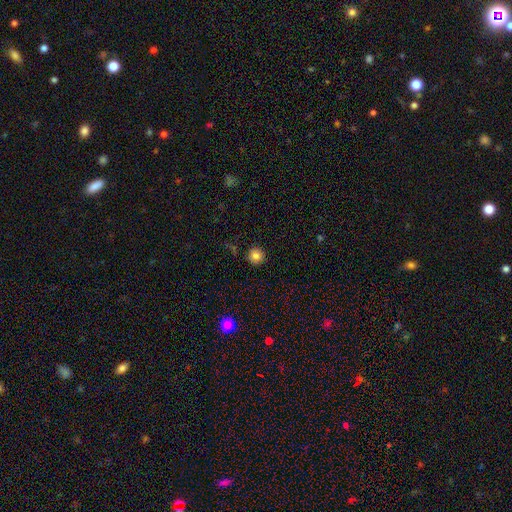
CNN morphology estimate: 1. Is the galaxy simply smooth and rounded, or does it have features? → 83% smooth, 10% star or artifact, 6% featured or disk.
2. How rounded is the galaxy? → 95% round, 4% in between, 1% cigar-shaped.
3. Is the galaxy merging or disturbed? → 91% none, 6% minor disturbance, 2% major disturbance, 1% merger.